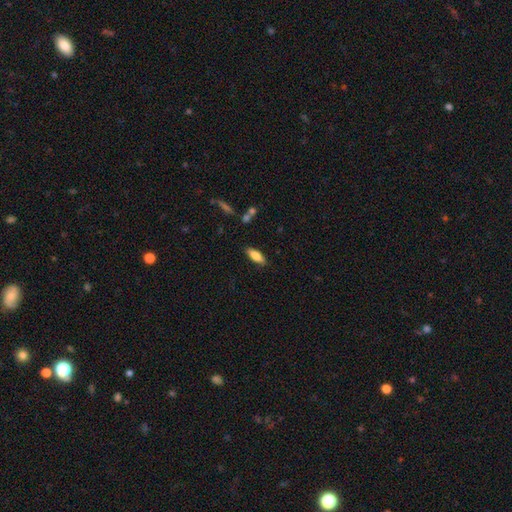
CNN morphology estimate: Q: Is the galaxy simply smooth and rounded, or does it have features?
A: smooth — 78%.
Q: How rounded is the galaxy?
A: in between — 67%.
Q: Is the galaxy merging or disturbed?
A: none — 85%.